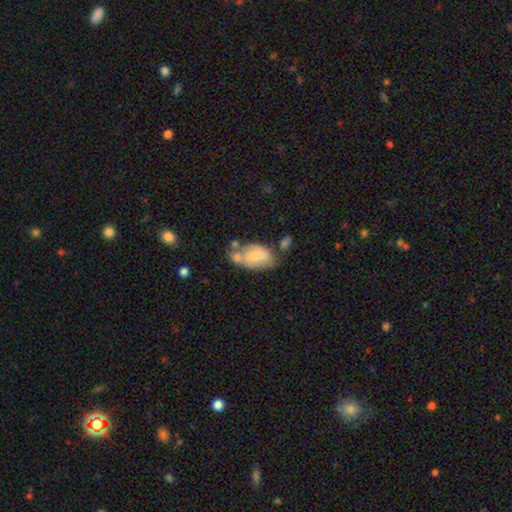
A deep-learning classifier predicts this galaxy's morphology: Smooth or featured? Predicted: smooth (p=0.64). How rounded? Predicted: in between (p=0.92). Merging? Predicted: merger (p=0.31, tied with none).